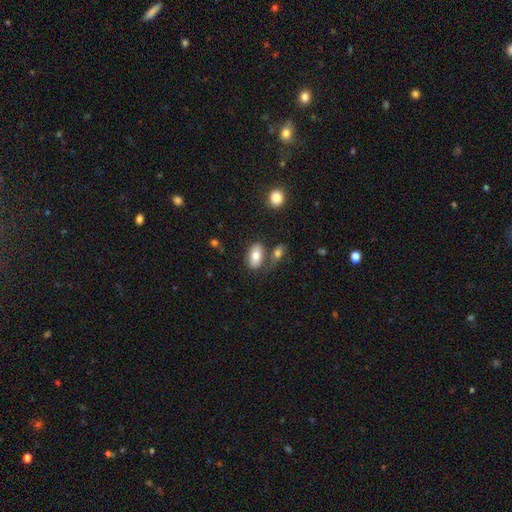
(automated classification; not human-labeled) Morphology: type=smooth (77%); roundness=in between (92%); merging=none (62%).